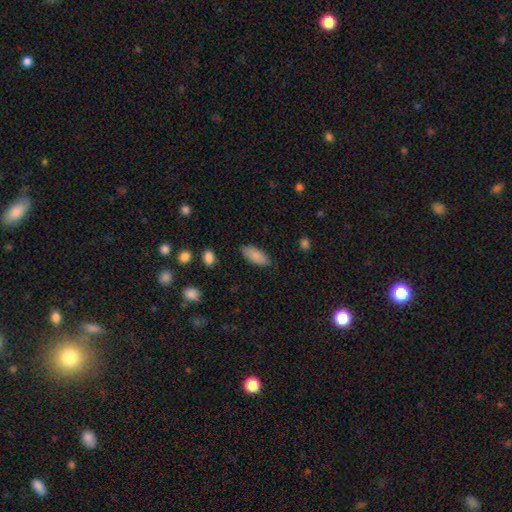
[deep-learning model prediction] Q: Smooth or featured?
A: smooth (87%); runner-up: star or artifact (6%)
Q: How rounded?
A: in between (85%); runner-up: cigar-shaped (13%)
Q: Merging?
A: none (84%); runner-up: minor disturbance (12%)